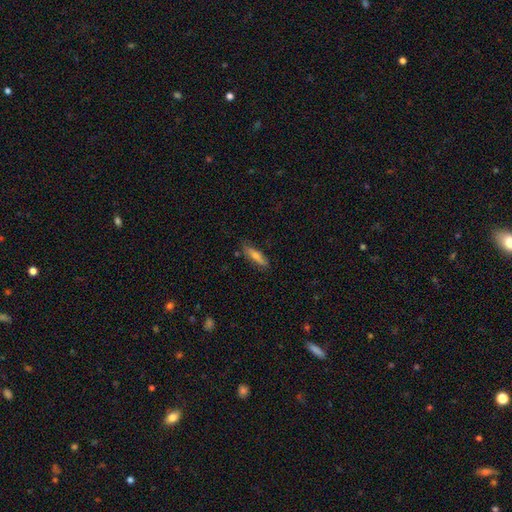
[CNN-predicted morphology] type=smooth (57%); roundness=cigar-shaped (79%); merging=none (81%).